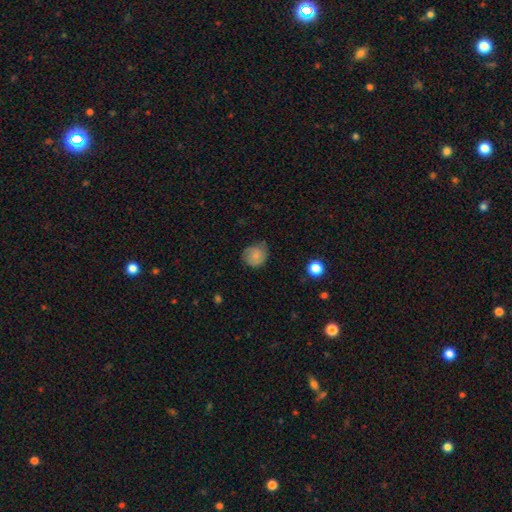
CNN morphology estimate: A smooth galaxy with no disk features (76%) that is round (77%). Merging: none (60%).